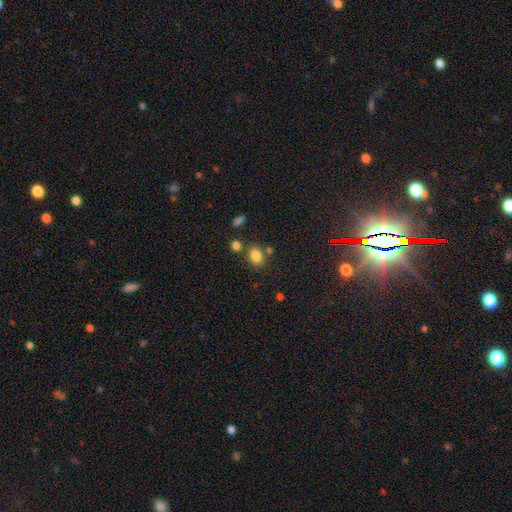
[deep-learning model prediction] Smooth or featured? Predicted: smooth (p=0.83). How rounded? Predicted: in between (p=0.64). Merging? Predicted: none (p=0.70).